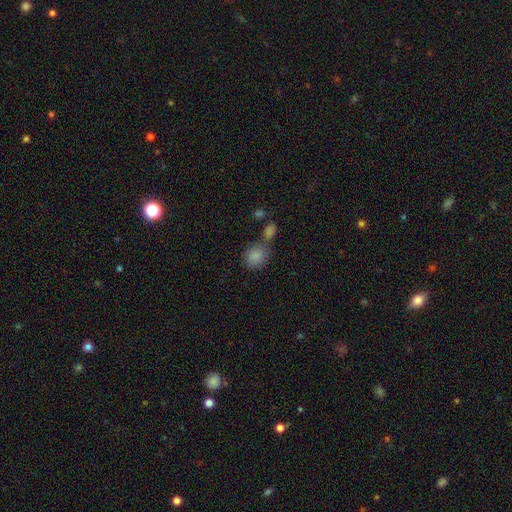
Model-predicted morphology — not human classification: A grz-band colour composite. It shows a smooth galaxy with no disk features (84%) that is round (60%). Merging: none (53%).